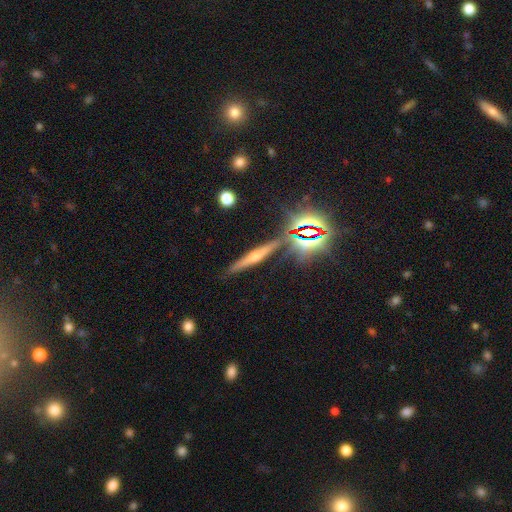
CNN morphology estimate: The model was most divided on "smooth or featured": featured or disk: 49%, star or artifact: 26%, smooth: 25%. More confident: merging — none (86%).